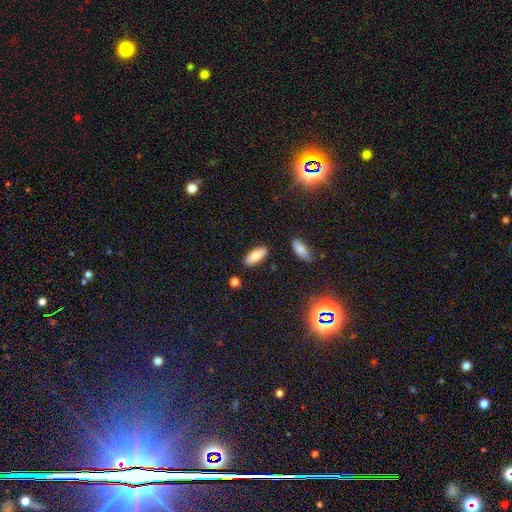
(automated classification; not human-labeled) A smooth galaxy with no disk features (80%) that is in between round and cigar-shaped (74%).

Vote fractions:
- Smooth or featured? smooth: 80% / featured or disk: 13% / star or artifact: 7%
- How rounded? in between: 74% / cigar-shaped: 24% / round: 2%
- Merging? none: 86% / minor disturbance: 9% / merger: 3% / major disturbance: 2%